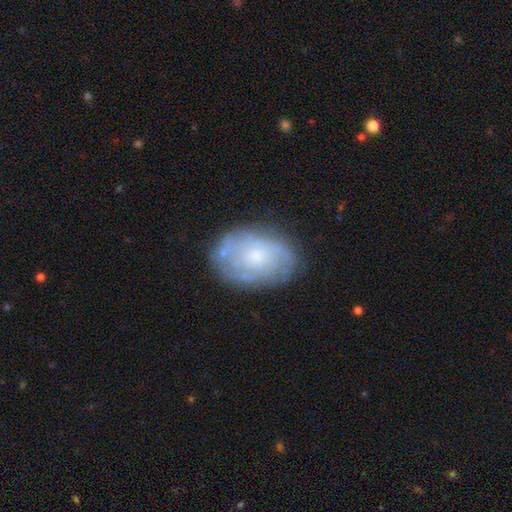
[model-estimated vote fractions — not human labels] A featured or disk galaxy (62%) with no bar (80%), spiral arms (72%) and a small central bulge (53%). Merging: none (71%).